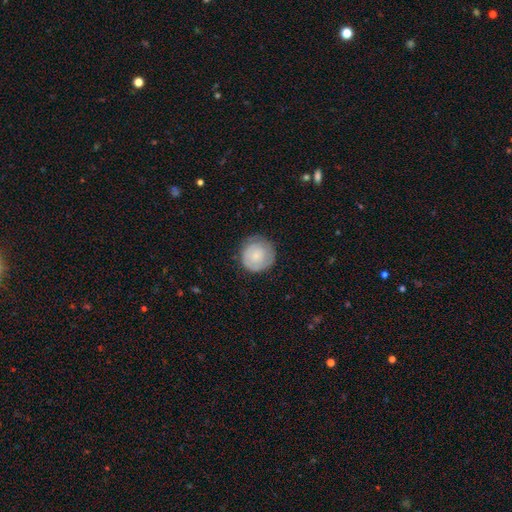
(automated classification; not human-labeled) Smooth or featured: smooth — 68% (featured or disk — 26%)
How rounded: round — 93% (in between — 6%)
Merging: none — 75% (minor disturbance — 18%)